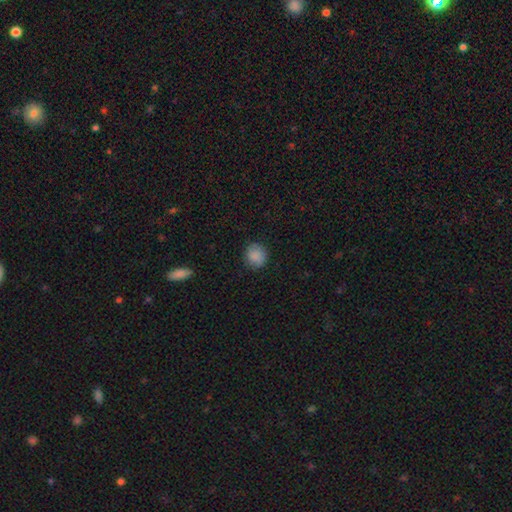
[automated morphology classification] smooth_or_featured: smooth (p=0.87) [alt: star or artifact p=0.08]
how_rounded: round (p=0.87) [alt: in between p=0.12]
merging: none (p=0.85) [alt: minor disturbance p=0.11]